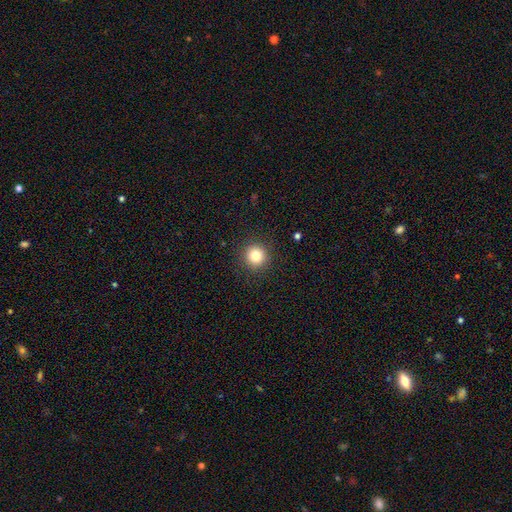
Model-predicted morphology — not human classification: A smooth galaxy with no disk features (82%) that is round (95%).

Vote fractions:
- Smooth or featured? smooth: 82% / star or artifact: 12% / featured or disk: 6%
- How rounded? round: 95% / in between: 4% / cigar-shaped: 1%
- Merging? none: 92% / minor disturbance: 5% / major disturbance: 2% / merger: 1%